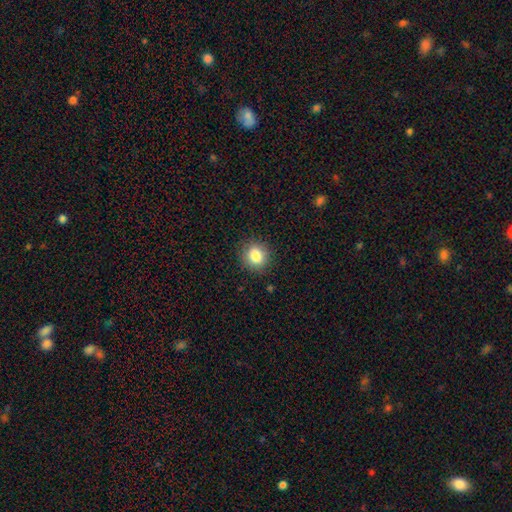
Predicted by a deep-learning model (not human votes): smooth 84%, star or artifact 10%, featured or disk 6%. Down the decision tree: how rounded — round (79%); merging — none (88%).